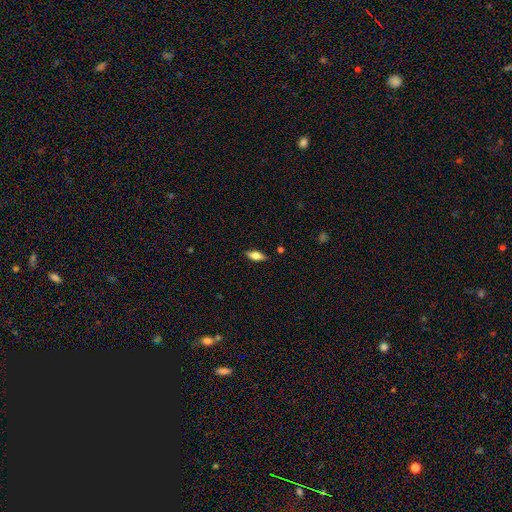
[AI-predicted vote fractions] A smooth galaxy with no disk features (65%) that is in between round and cigar-shaped (74%).

Vote fractions:
- Smooth or featured? smooth: 65% / featured or disk: 27% / star or artifact: 8%
- How rounded? in between: 74% / cigar-shaped: 23% / round: 3%
- Merging? none: 84% / minor disturbance: 12% / major disturbance: 2% / merger: 1%